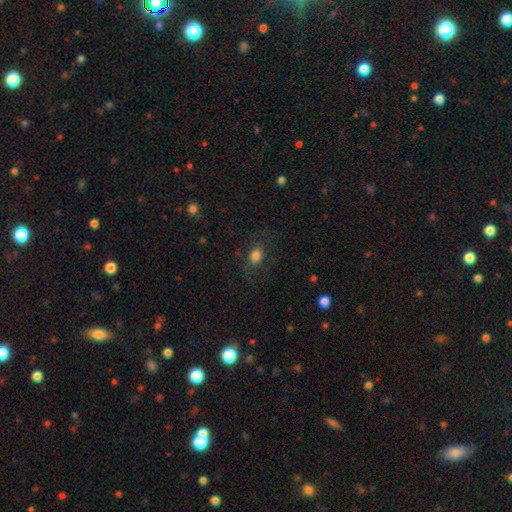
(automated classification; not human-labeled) Q: Smooth or featured?
A: smooth (75%); runner-up: featured or disk (13%)
Q: How rounded?
A: in between (68%); runner-up: round (29%)
Q: Merging?
A: none (72%); runner-up: minor disturbance (16%)